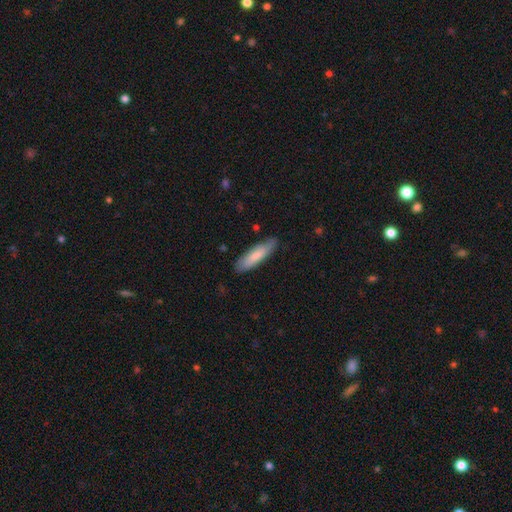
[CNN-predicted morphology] smooth_or_featured: smooth (p=0.77) [alt: featured or disk p=0.18]
how_rounded: cigar-shaped (p=0.67) [alt: in between p=0.31]
merging: none (p=0.82) [alt: minor disturbance p=0.15]